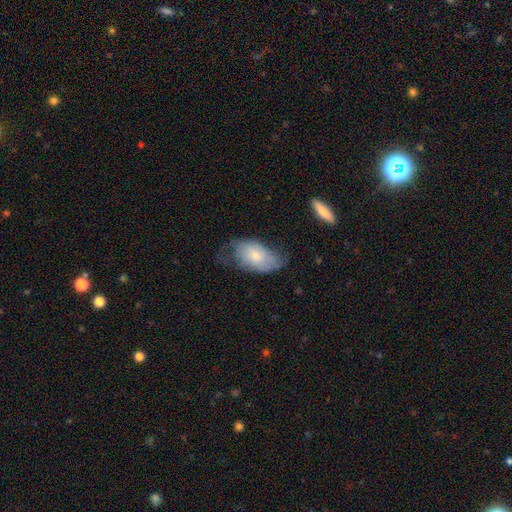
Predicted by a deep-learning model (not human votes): Morphology: type=smooth (55%); roundness=in between (92%); merging=none (37%).